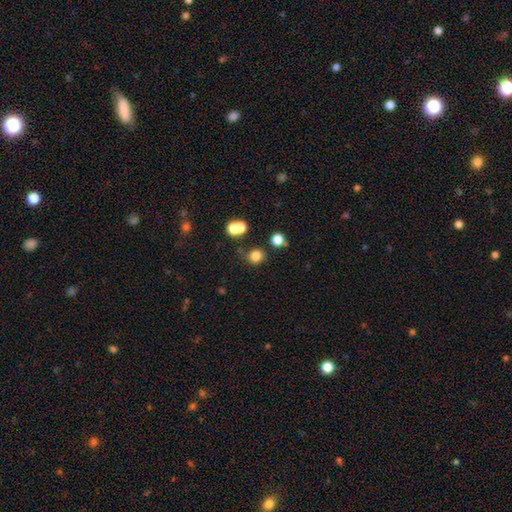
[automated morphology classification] The model was most divided on "smooth or featured": smooth: 79%, star or artifact: 15%, featured or disk: 6%. More confident: how rounded — round (87%); merging — none (78%).